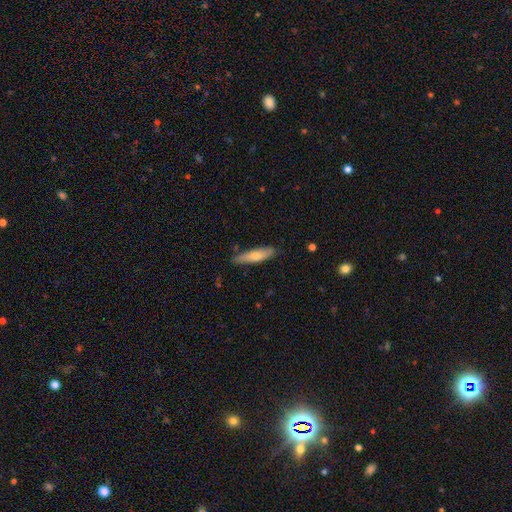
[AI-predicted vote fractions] Q: Smooth or featured?
A: smooth (72%); runner-up: featured or disk (23%)
Q: How rounded?
A: cigar-shaped (75%); runner-up: in between (24%)
Q: Merging?
A: none (76%); runner-up: minor disturbance (19%)